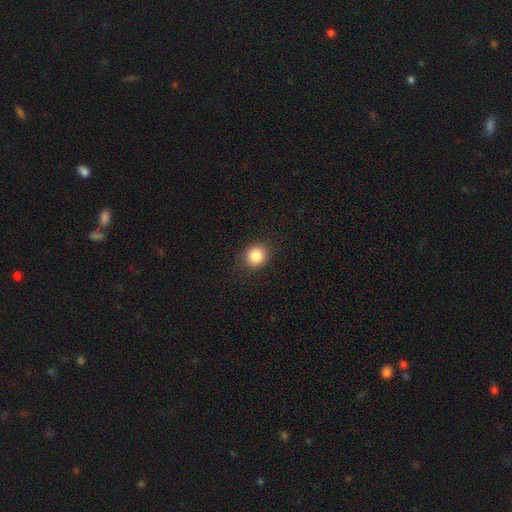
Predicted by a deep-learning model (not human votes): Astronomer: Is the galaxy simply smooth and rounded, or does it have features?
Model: smooth — 87%.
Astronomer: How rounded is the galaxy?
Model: round — 82%.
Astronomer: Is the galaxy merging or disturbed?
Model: none — 89%.